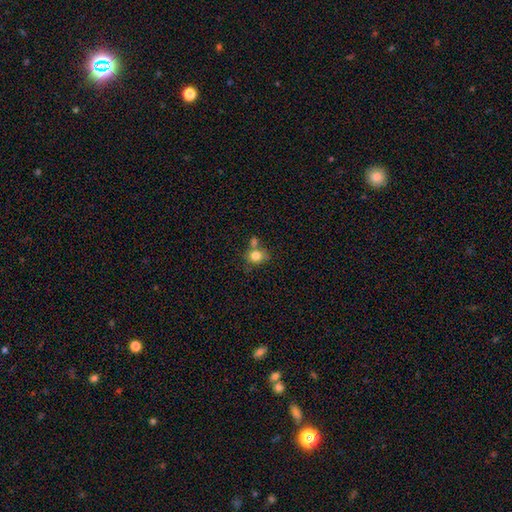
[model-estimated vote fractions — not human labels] This appears to be a smooth galaxy with no disk features (80%) that is round (66%). Merging: none (50%).